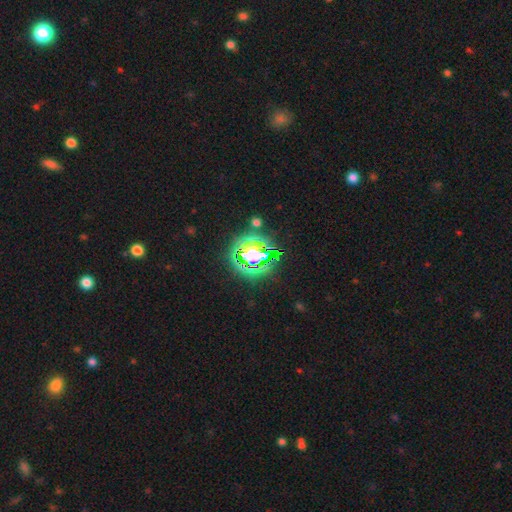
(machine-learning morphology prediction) Smooth or featured? star or artifact (66%)